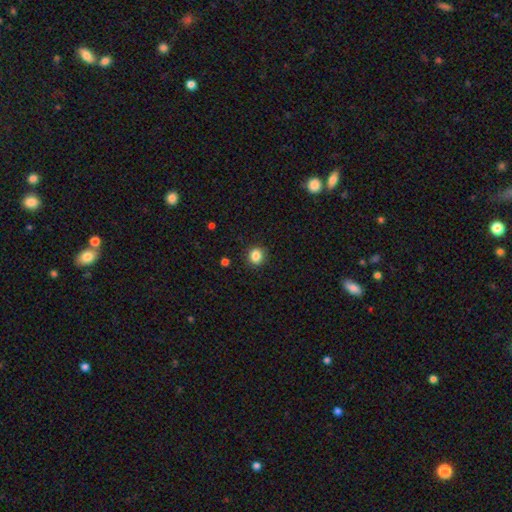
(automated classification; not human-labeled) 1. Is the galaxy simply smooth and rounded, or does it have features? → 85% smooth, 11% star or artifact, 4% featured or disk.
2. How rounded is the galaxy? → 81% round, 18% in between, 1% cigar-shaped.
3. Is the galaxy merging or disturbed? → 90% none, 7% minor disturbance, 2% major disturbance, 1% merger.